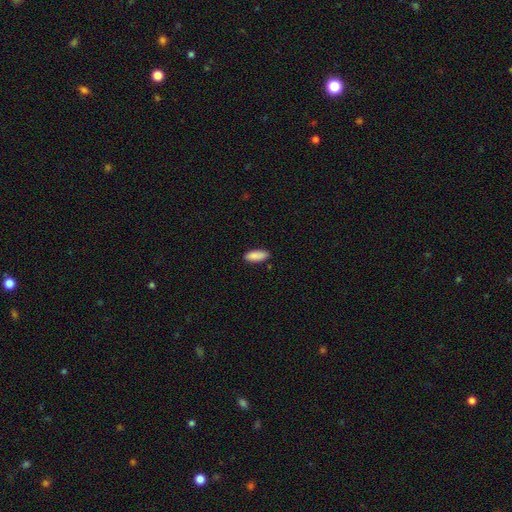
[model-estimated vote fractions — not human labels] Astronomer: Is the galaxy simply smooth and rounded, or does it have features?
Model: smooth — 89%.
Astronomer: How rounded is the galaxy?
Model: in between — 79%.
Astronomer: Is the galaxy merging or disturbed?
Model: none — 87%.